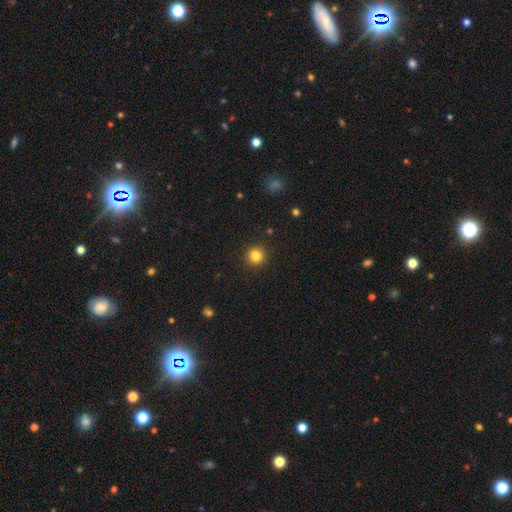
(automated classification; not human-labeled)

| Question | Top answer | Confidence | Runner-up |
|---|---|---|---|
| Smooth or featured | smooth | 84% | star or artifact (11%) |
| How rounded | round | 94% | in between (5%) |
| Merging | none | 92% | minor disturbance (5%) |